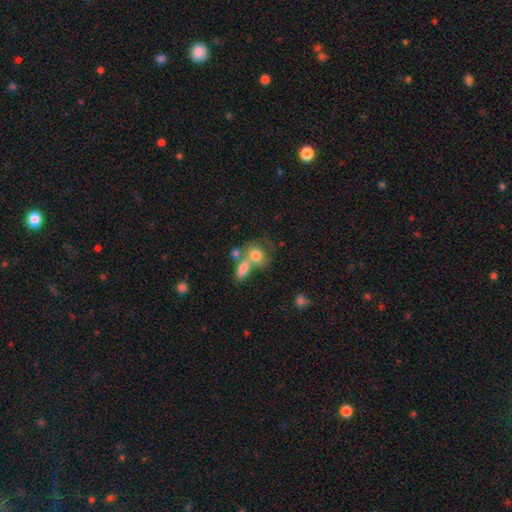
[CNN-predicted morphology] smooth_or_featured: smooth (p=0.75) [alt: featured or disk p=0.16]
how_rounded: in between (p=0.51) [alt: round p=0.46]
merging: merger (p=0.51) [alt: none p=0.30]